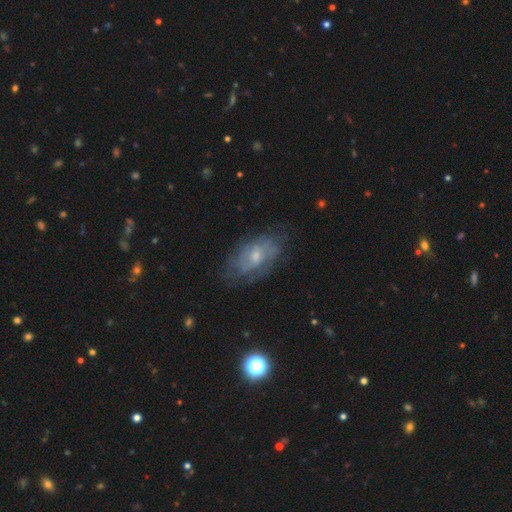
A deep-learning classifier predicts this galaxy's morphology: A featured or disk galaxy (66%) with no bar (64%), spiral arms (73%) and a small central bulge (49%). Merging: none (66%).